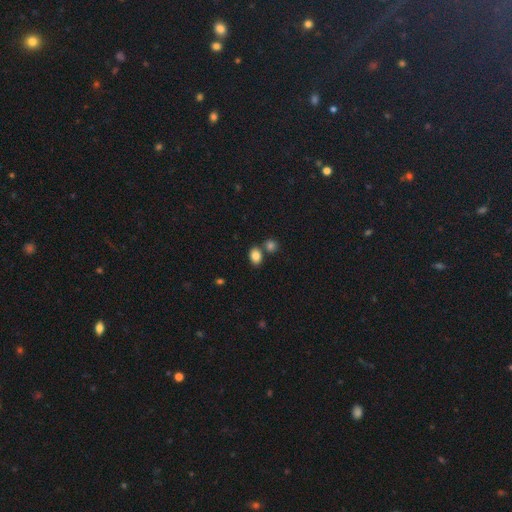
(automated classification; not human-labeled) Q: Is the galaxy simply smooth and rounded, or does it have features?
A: smooth — 85%.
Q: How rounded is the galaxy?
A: in between — 69%.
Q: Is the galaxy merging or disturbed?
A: none — 63%.